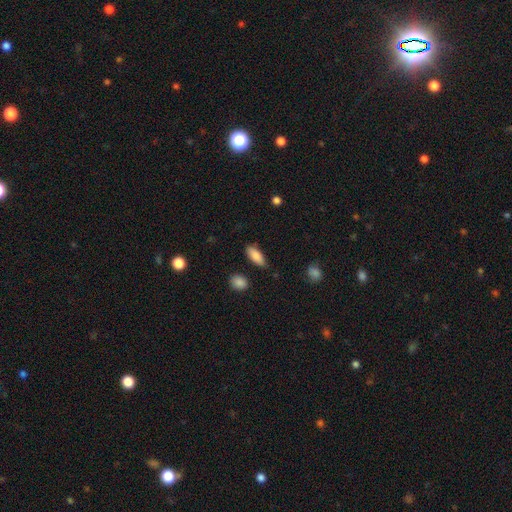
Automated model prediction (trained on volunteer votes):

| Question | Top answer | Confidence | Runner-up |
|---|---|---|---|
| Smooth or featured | smooth | 86% | featured or disk (7%) |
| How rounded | in between | 77% | cigar-shaped (21%) |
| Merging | none | 80% | minor disturbance (15%) |